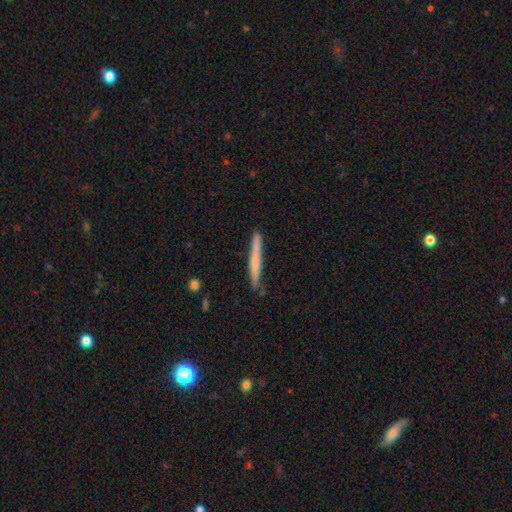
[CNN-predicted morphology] Overall: smooth (57%; featured or disk 37%). How rounded: cigar-shaped (96%). Merging: none (84%).